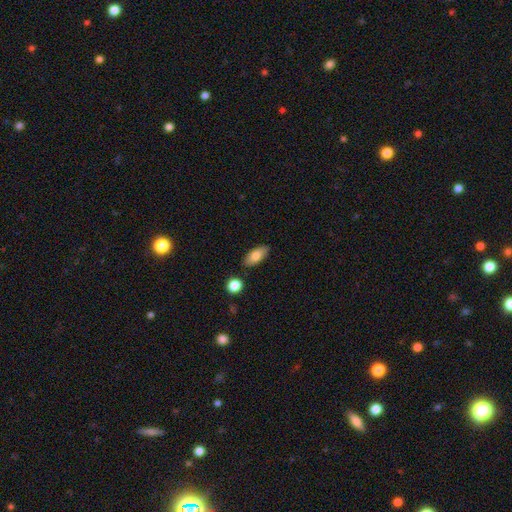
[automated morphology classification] smooth_or_featured: smooth (p=0.79) [alt: featured or disk p=0.14]
how_rounded: in between (p=0.87) [alt: cigar-shaped p=0.10]
merging: none (p=0.84) [alt: minor disturbance p=0.11]